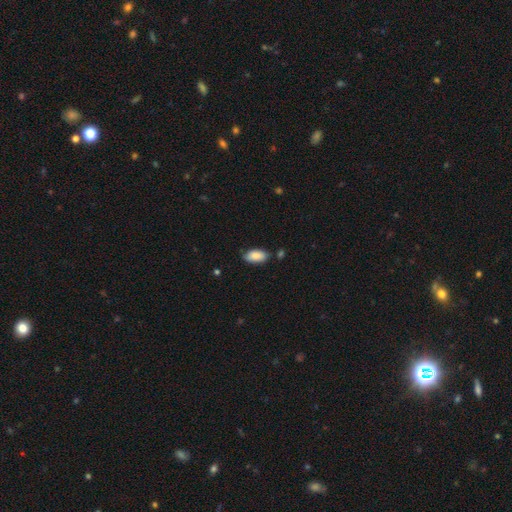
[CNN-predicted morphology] Q: Smooth or featured?
A: smooth (88%); runner-up: star or artifact (6%)
Q: How rounded?
A: in between (93%); runner-up: cigar-shaped (5%)
Q: Merging?
A: none (78%); runner-up: minor disturbance (16%)